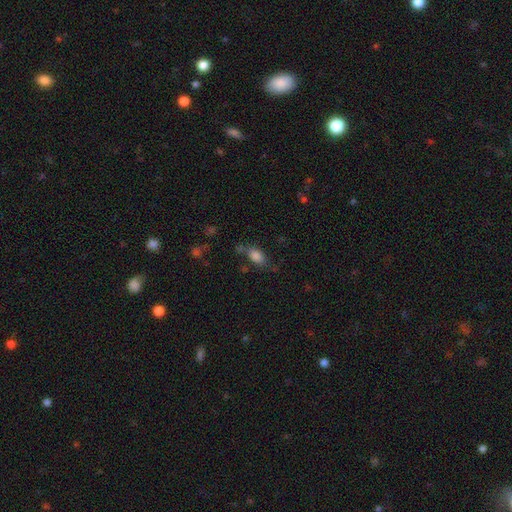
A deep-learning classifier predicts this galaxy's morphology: Q: Smooth or featured?
A: smooth (80%); runner-up: star or artifact (10%)
Q: How rounded?
A: in between (87%); runner-up: round (8%)
Q: Merging?
A: none (55%); runner-up: minor disturbance (23%)